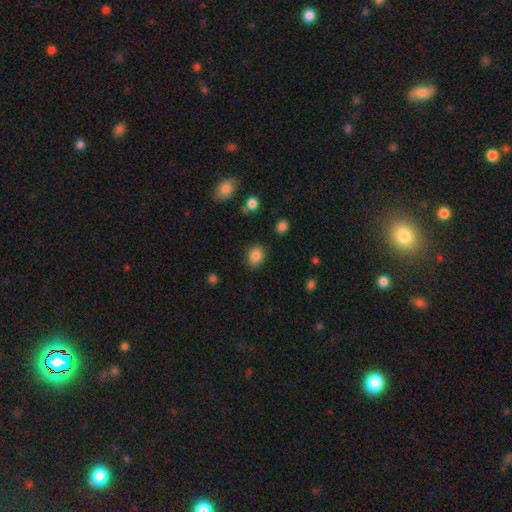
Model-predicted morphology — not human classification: A smooth galaxy with no disk features (85%) that is round (54%). Merging: none (81%).